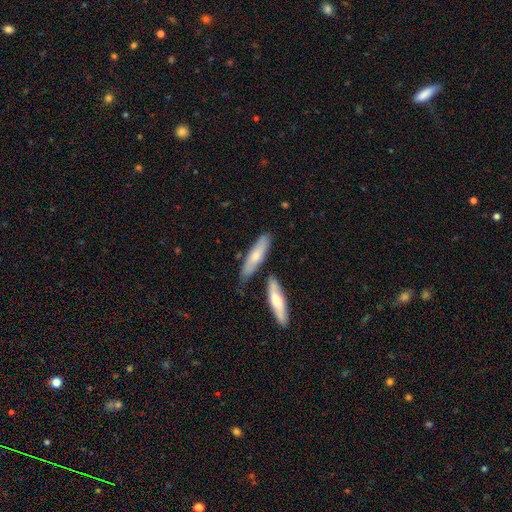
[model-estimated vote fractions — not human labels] Smooth or featured? smooth (62%)
How rounded? cigar-shaped (70%)
Merging? none (67%)